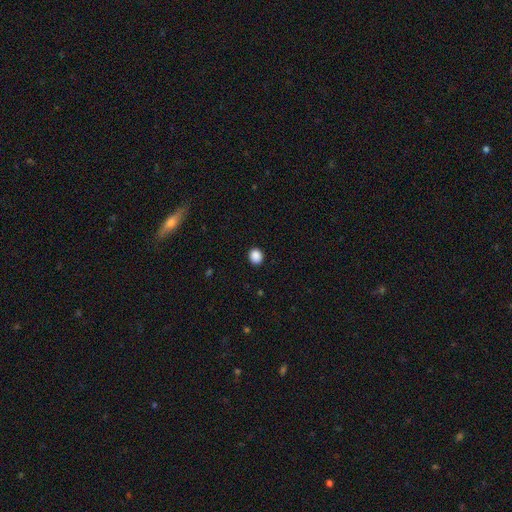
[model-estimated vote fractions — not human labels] smooth-or-featured: smooth: 88% | star or artifact: 9% | featured or disk: 2%
  how-rounded: round: 76% | in between: 24% | cigar-shaped: 1%
  merging: none: 91% | minor disturbance: 6% | major disturbance: 2% | merger: 1%